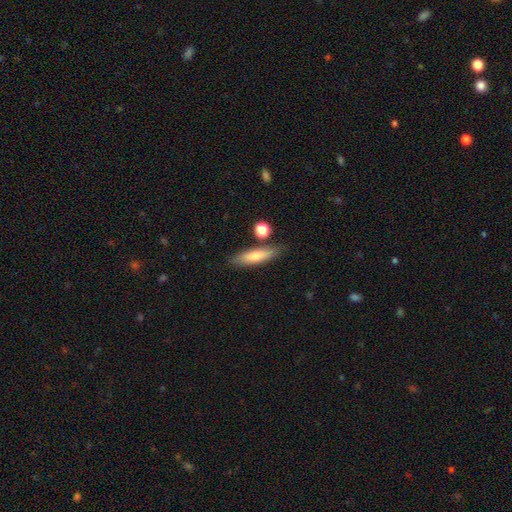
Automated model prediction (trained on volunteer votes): smooth 74%, featured or disk 19%, star or artifact 7%. Down the decision tree: how rounded — cigar-shaped (69%); merging — none (79%).